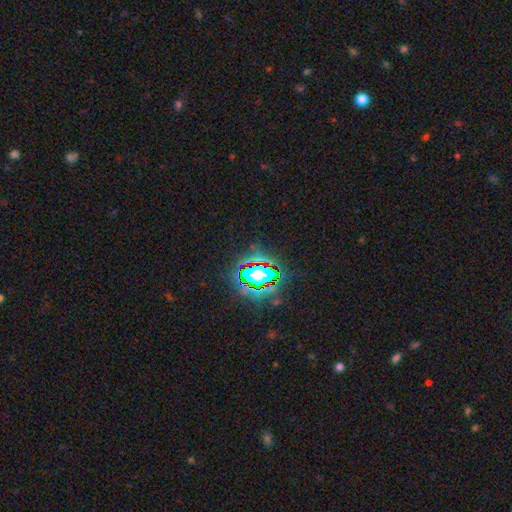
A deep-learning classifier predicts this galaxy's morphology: Smooth or featured? star or artifact (80%)